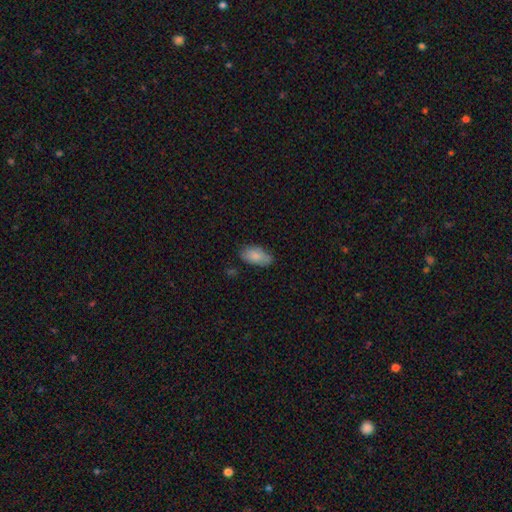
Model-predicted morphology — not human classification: Smooth or featured? smooth (83%)
How rounded? in between (94%)
Merging? none (74%)